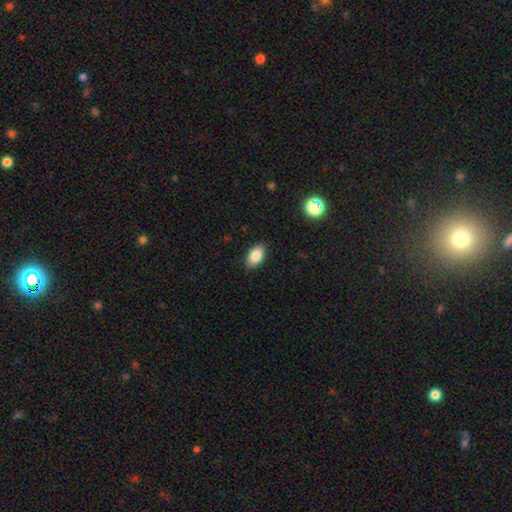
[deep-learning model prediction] Smooth or featured? Predicted: smooth (p=0.86). How rounded? Predicted: in between (p=0.92). Merging? Predicted: none (p=0.87).